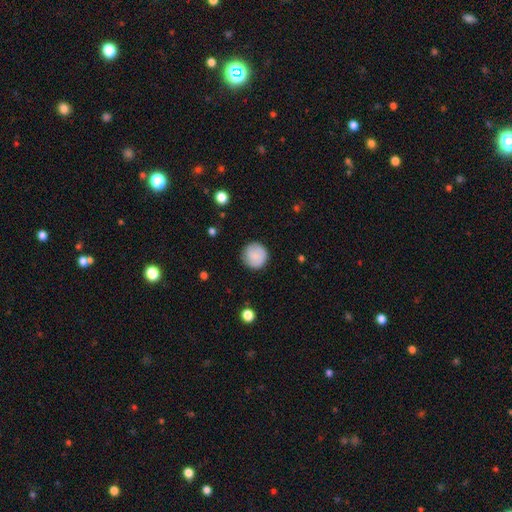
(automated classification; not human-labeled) This is clearly a smooth galaxy (82%). How rounded: clearly round (95%). Merging: clearly none (86%).